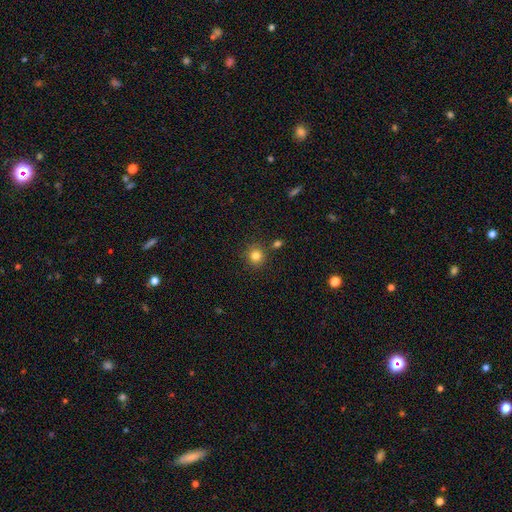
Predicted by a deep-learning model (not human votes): Smooth or featured? smooth (82%)
How rounded? round (91%)
Merging? none (82%)